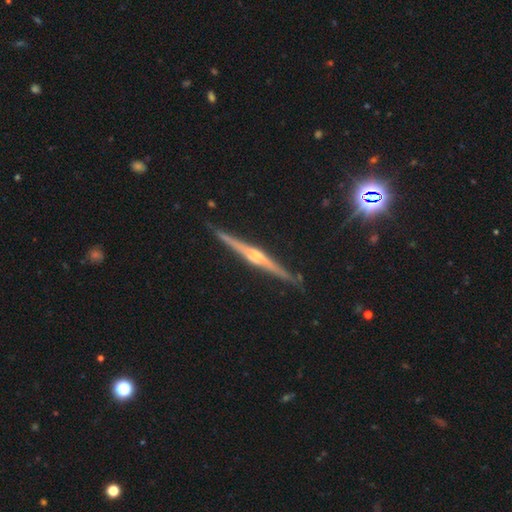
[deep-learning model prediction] Q: Smooth or featured?
A: featured or disk (88%); runner-up: smooth (7%)
Q: Edge-on disk?
A: yes (99%); runner-up: no (1%)
Q: Edge-on bulge?
A: rounded (89%); runner-up: boxy (6%)
Q: Merging?
A: none (92%); runner-up: minor disturbance (6%)